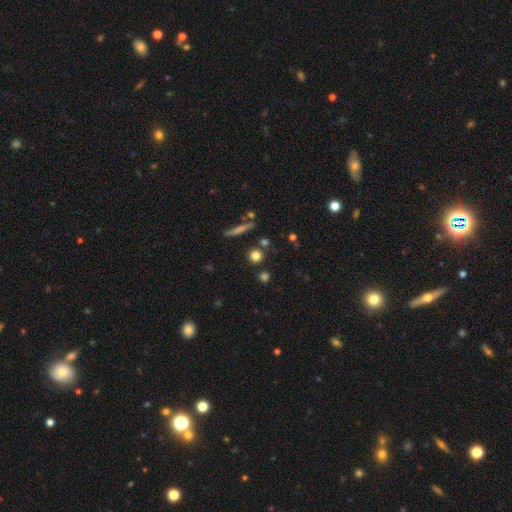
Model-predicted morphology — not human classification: The model was most divided on "smooth or featured": smooth: 79%, star or artifact: 12%, featured or disk: 9%. More confident: how rounded — round (87%); merging — none (82%).